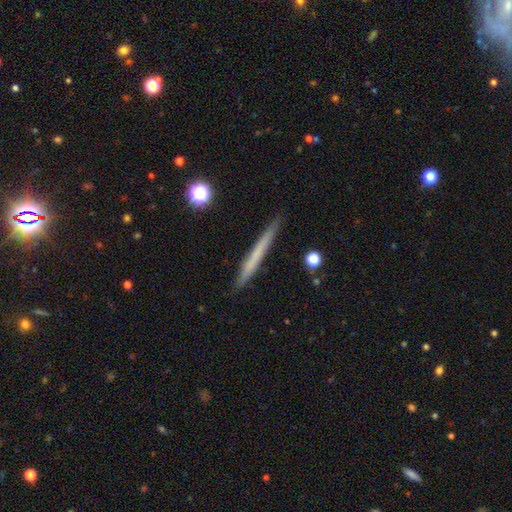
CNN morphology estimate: smooth 56%, featured or disk 37%, star or artifact 7%. Down the decision tree: how rounded — cigar-shaped (97%); merging — none (89%).